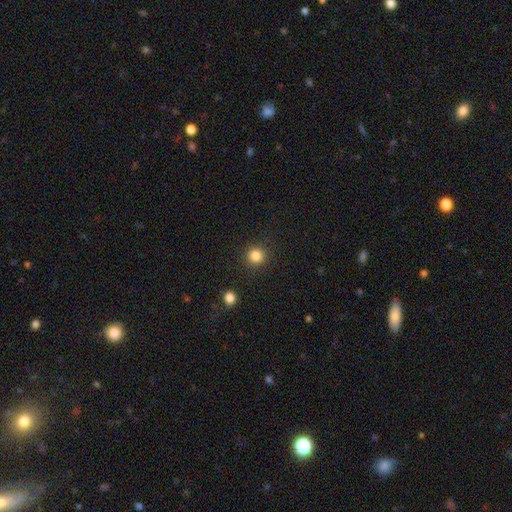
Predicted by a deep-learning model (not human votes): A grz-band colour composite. It shows a smooth galaxy with no disk features (84%) that is round (94%). Merging: none (90%).